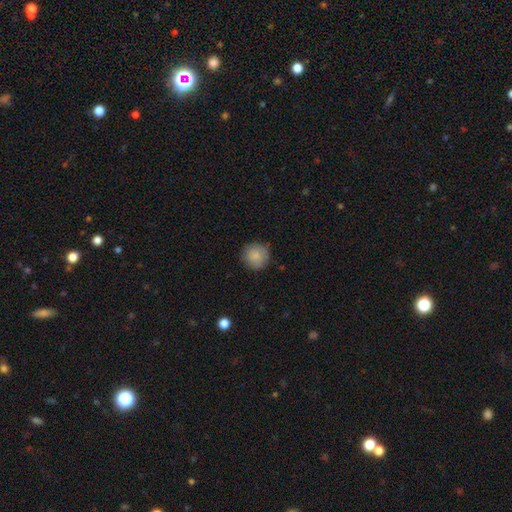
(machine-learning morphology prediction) Smooth or featured? smooth (84%)
How rounded? round (94%)
Merging? none (83%)